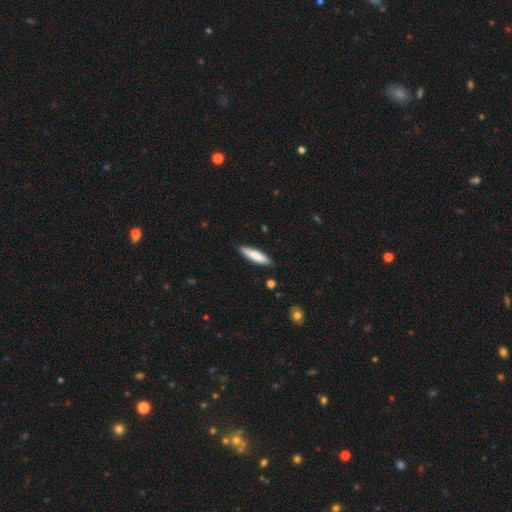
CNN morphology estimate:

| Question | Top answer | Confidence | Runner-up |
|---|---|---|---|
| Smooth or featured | smooth | 80% | featured or disk (14%) |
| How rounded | cigar-shaped | 77% | in between (22%) |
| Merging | none | 88% | minor disturbance (9%) |